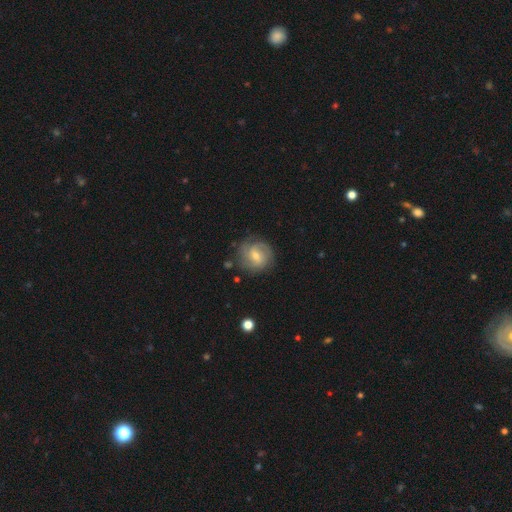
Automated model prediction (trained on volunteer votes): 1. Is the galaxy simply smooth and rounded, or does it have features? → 65% featured or disk, 28% smooth, 7% star or artifact.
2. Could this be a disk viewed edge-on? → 97% no, 3% yes.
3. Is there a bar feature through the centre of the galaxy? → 57% weak, 28% no, 15% strong.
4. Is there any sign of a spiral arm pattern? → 87% yes, 13% no.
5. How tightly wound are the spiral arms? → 41% medium, 40% tight, 19% loose.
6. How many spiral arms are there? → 51% 2, 26% can't tell, 12% 3, 6% 1, 3% 4, 2% more than 4.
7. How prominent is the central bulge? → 47% moderate (tied), 47% small (tied), 2% large, 2% none, 1% dominant.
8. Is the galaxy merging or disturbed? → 74% none, 17% minor disturbance, 7% major disturbance, 2% merger.